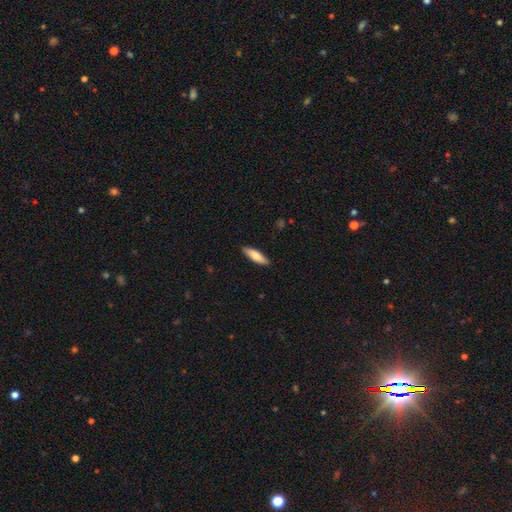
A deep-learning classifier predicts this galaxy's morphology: type=smooth (74%); roundness=cigar-shaped (59%); merging=none (89%).